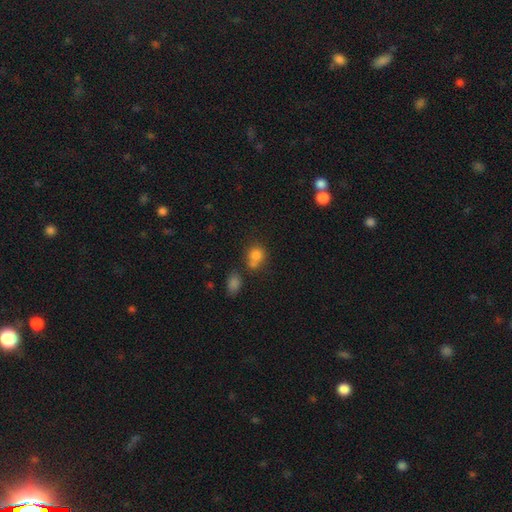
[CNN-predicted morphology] type=smooth (79%); roundness=round (74%); merging=none (46%).